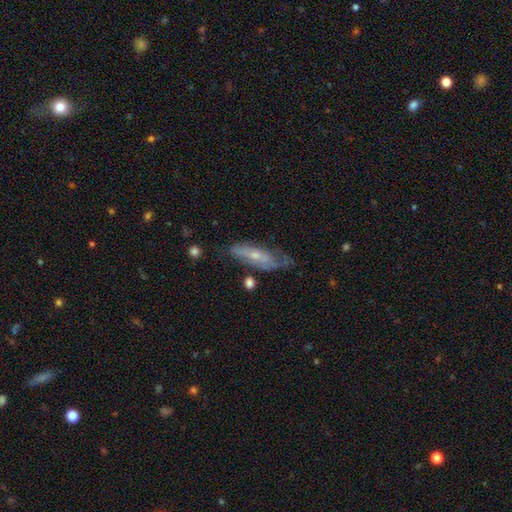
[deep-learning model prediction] A featured or disk galaxy (52%).

Vote fractions:
- Smooth or featured? featured or disk: 52% / smooth: 41% / star or artifact: 7%
- Edge-on disk? no: 63% / yes: 37%
- Merging? none: 48% / minor disturbance: 31% / major disturbance: 16% / merger: 5%